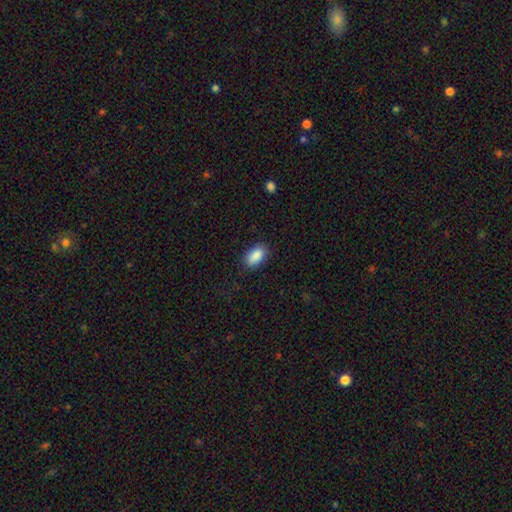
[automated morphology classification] A smooth galaxy with no disk features (89%) that is in between round and cigar-shaped (93%).

Vote fractions:
- Smooth or featured? smooth: 89% / star or artifact: 7% / featured or disk: 4%
- How rounded? in between: 93% / round: 5% / cigar-shaped: 2%
- Merging? none: 85% / minor disturbance: 11% / major disturbance: 3% / merger: 1%